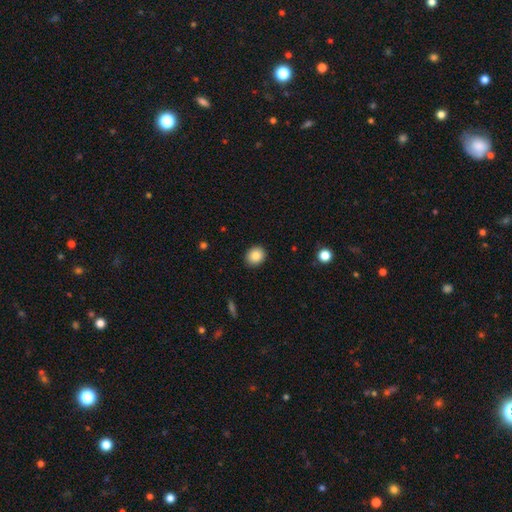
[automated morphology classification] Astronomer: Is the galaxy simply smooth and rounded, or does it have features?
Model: smooth — 85%.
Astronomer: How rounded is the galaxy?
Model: round — 66%.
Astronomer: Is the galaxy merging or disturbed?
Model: none — 90%.